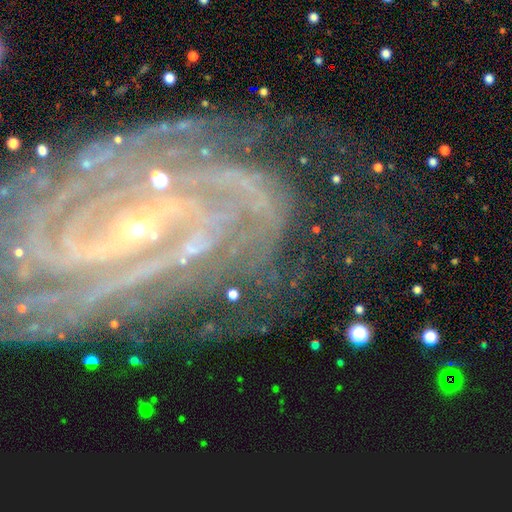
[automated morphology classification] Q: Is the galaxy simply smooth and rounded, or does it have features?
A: featured or disk — 84%.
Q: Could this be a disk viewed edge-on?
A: no — 95%.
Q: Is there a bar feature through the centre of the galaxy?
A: strong — 42%.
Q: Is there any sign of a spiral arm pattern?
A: yes — 95%.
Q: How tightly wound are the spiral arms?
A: tight — 66%.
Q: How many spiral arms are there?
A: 2 — 22%, tied with can't tell.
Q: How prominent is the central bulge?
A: small — 78%.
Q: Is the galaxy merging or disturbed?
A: none — 65%.